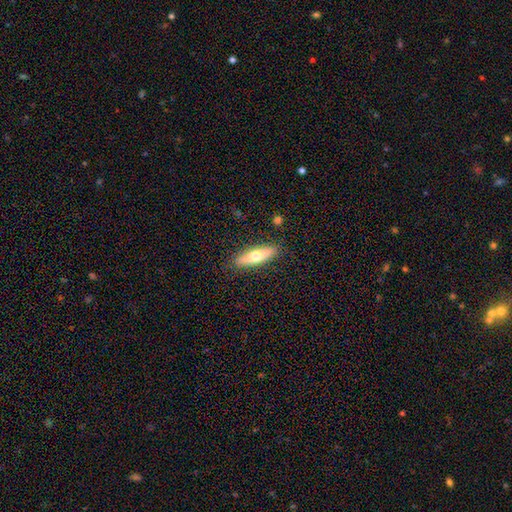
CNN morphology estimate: Q: Smooth or featured?
A: smooth (58%); runner-up: featured or disk (36%)
Q: How rounded?
A: cigar-shaped (60%); runner-up: in between (38%)
Q: Merging?
A: none (88%); runner-up: minor disturbance (9%)